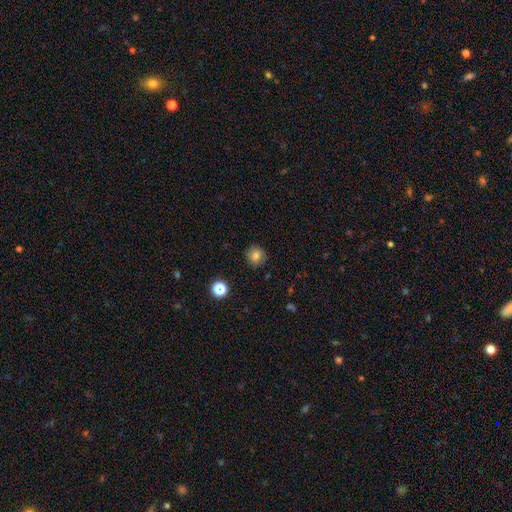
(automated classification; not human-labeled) smooth 78%, star or artifact 14%, featured or disk 8%. Down the decision tree: how rounded — round (90%); merging — none (87%).